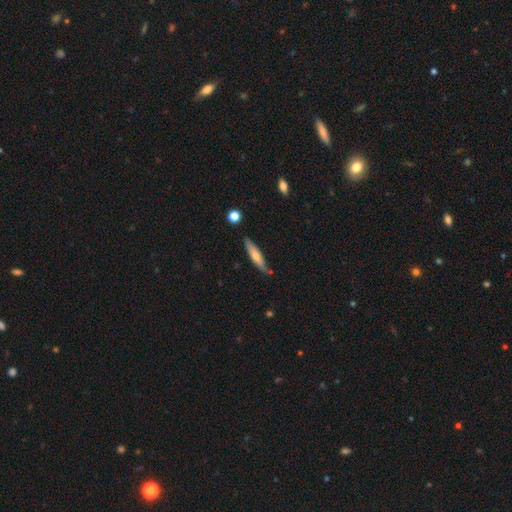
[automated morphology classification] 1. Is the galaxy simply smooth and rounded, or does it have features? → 59% smooth, 35% featured or disk, 6% star or artifact.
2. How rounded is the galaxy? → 85% cigar-shaped, 13% in between, 2% round.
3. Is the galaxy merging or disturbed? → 74% none, 19% minor disturbance, 4% merger, 3% major disturbance.